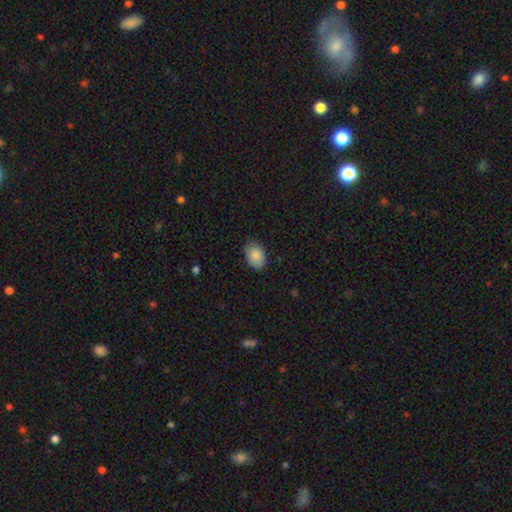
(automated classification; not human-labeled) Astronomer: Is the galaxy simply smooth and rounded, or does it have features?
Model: smooth — 88%.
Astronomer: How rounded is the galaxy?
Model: in between — 82%.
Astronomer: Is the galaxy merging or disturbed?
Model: none — 81%.